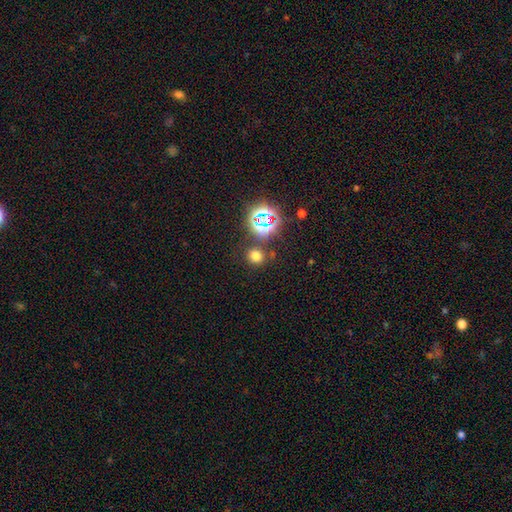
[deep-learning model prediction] smooth_or_featured: smooth (p=0.65) [alt: star or artifact p=0.29]
how_rounded: round (p=0.77) [alt: in between p=0.22]
merging: none (p=0.80) [alt: minor disturbance p=0.09]